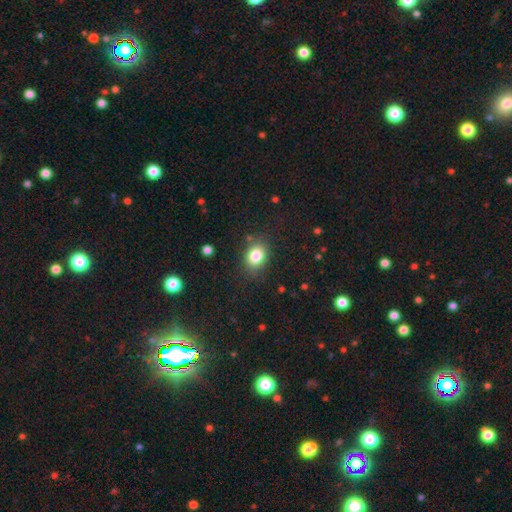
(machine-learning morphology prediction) Smooth or featured? smooth (82%)
How rounded? in between (61%)
Merging? none (81%)